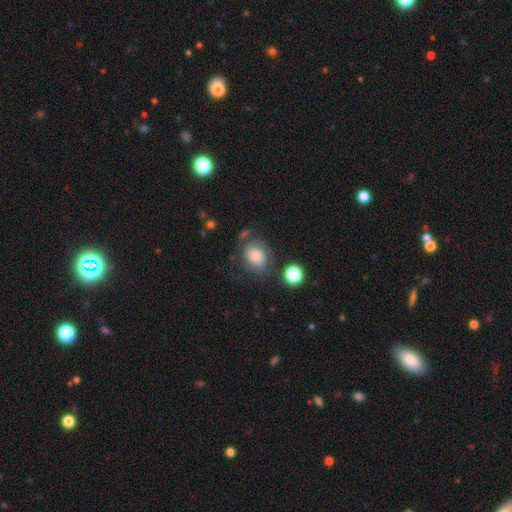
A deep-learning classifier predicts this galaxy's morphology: Q: Smooth or featured?
A: smooth (68%); runner-up: featured or disk (22%)
Q: How rounded?
A: in between (52%); runner-up: round (47%)
Q: Merging?
A: none (55%); runner-up: minor disturbance (21%)